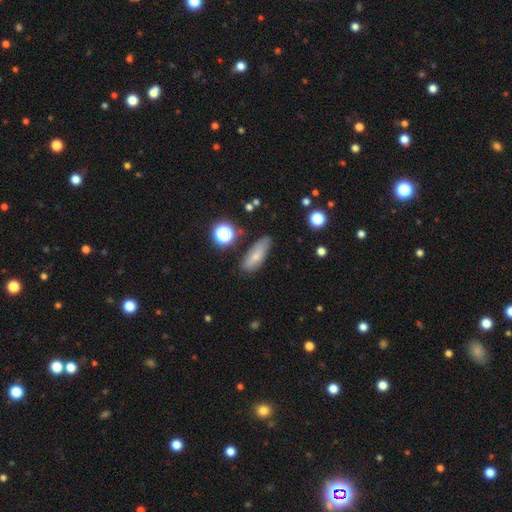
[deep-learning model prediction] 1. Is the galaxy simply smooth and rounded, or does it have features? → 69% smooth, 21% featured or disk, 10% star or artifact.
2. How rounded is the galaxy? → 60% in between, 35% cigar-shaped, 5% round.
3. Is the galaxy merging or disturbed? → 71% none, 21% minor disturbance, 5% major disturbance, 3% merger.